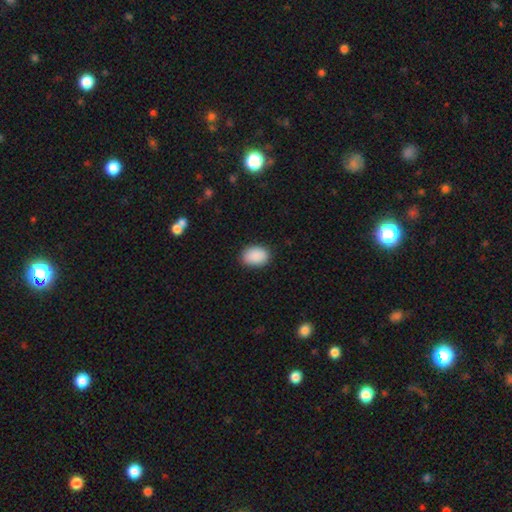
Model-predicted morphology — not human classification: Smooth or featured? Predicted: smooth (p=0.90). How rounded? Predicted: in between (p=0.81). Merging? Predicted: none (p=0.86).